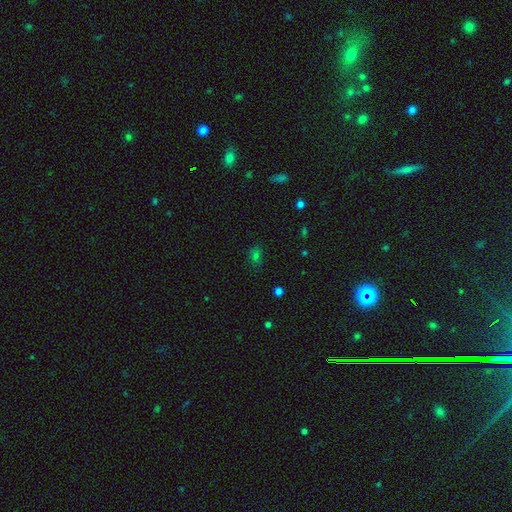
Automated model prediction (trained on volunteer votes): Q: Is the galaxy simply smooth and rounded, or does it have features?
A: smooth — 58%.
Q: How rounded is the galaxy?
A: in between — 64%.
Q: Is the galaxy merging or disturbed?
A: none — 78%.